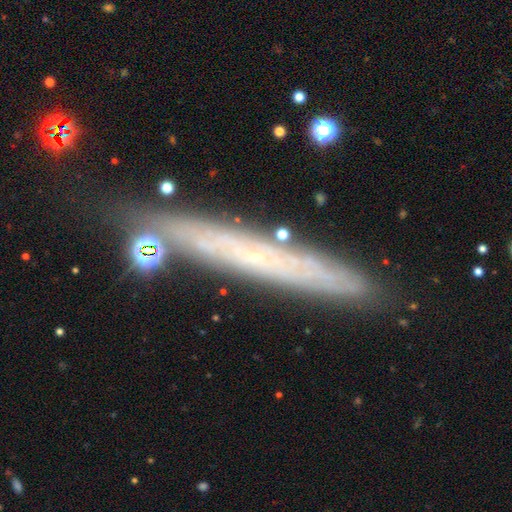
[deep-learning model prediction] This appears to be a featured or disk galaxy (61%) viewed edge-on (82%) with no central bulge (82%). Merging: none (81%).